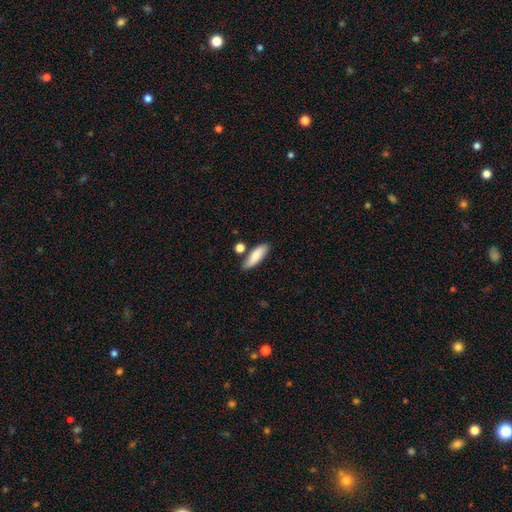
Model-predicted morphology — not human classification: Smooth or featured? smooth (83%)
How rounded? in between (58%)
Merging? none (72%)